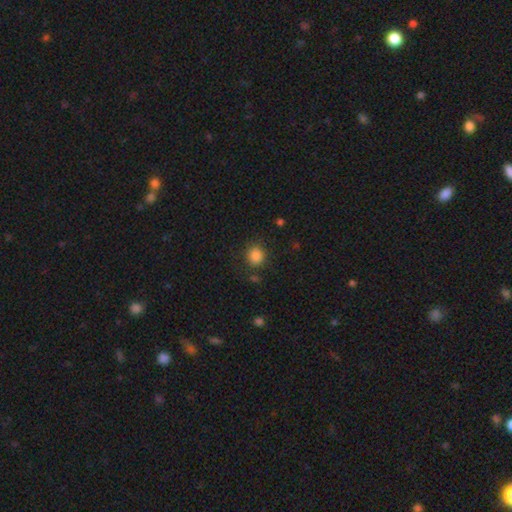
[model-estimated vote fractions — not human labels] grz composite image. It shows a smooth galaxy with no disk features (85%) that is round (85%). Merging: none (83%).